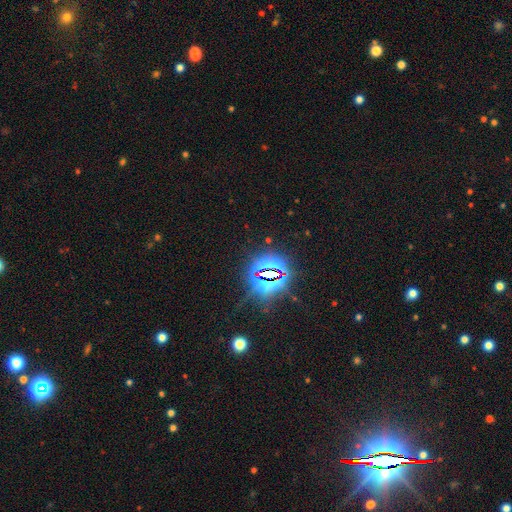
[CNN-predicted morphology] Overall: star or artifact (83%).